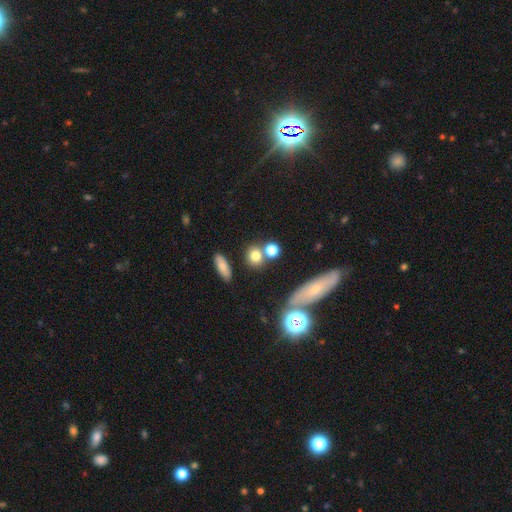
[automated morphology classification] This appears to be a smooth galaxy with no disk features (75%) that is round (76%). Merging: none (66%).